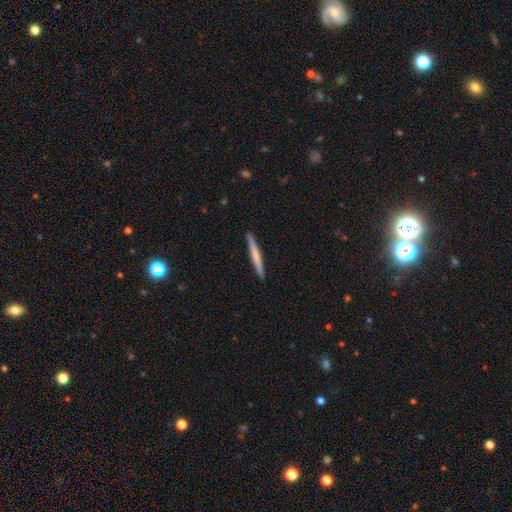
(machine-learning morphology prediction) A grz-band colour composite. It shows a smooth galaxy with no disk features (60%) that is cigar-shaped (97%). Merging: none (91%).